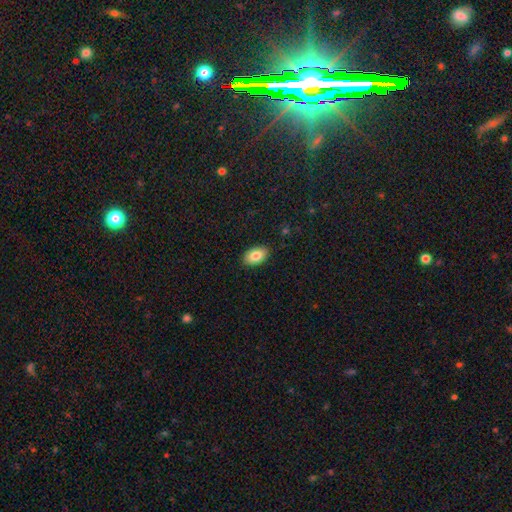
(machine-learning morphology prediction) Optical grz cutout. It shows a smooth galaxy with no disk features (84%) that is in between round and cigar-shaped (92%). Merging: none (88%).